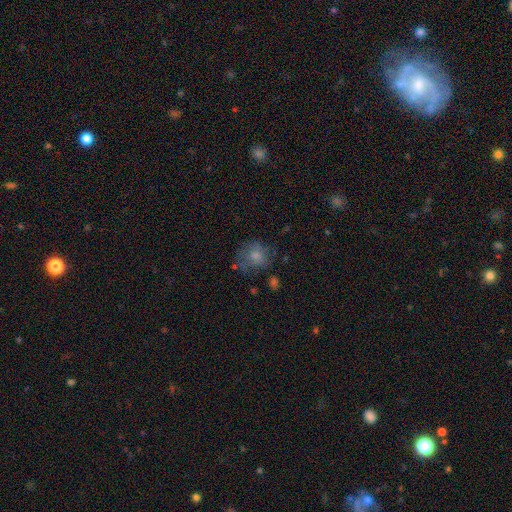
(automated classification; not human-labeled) smooth-or-featured: smooth: 72% | featured or disk: 17% | star or artifact: 11%
  how-rounded: round: 74% | in between: 25% | cigar-shaped: 1%
  merging: none: 55% | minor disturbance: 24% | major disturbance: 17% | merger: 4%